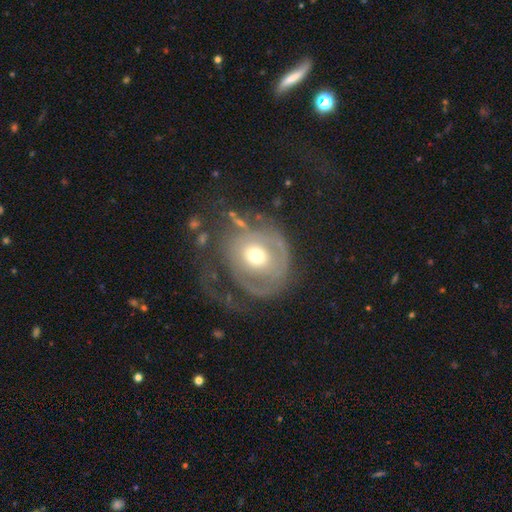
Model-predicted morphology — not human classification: smooth-or-featured: featured or disk: 57% | smooth: 35% | star or artifact: 8%
  disk-edge-on: no: 96% | yes: 4%
    bar: no: 80% | weak: 16% | strong: 4%
    has-spiral-arms: no: 50% (tied) | yes: 50% (tied)
    bulge-size: moderate: 66% | small: 18% | large: 14% | dominant: 2% | none: 1%
  merging: major disturbance: 45% | none: 34% | minor disturbance: 17% | merger: 4%